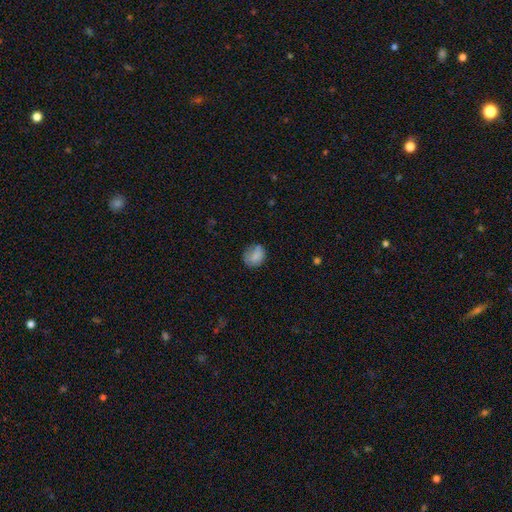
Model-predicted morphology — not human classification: A smooth galaxy with no disk features (79%) that is round (61%). Merging: none (65%).